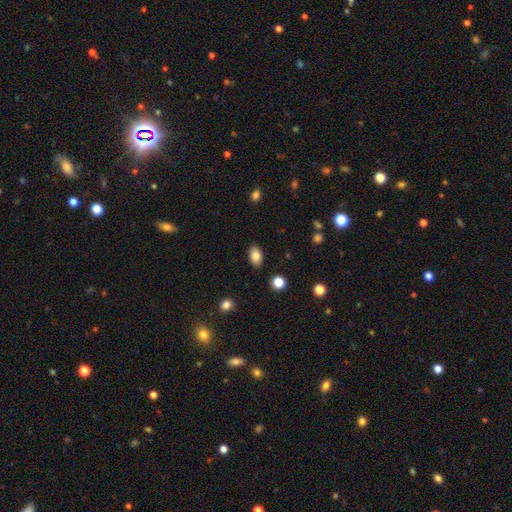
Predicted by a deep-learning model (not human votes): Smooth or featured? smooth (82%)
How rounded? in between (89%)
Merging? none (87%)